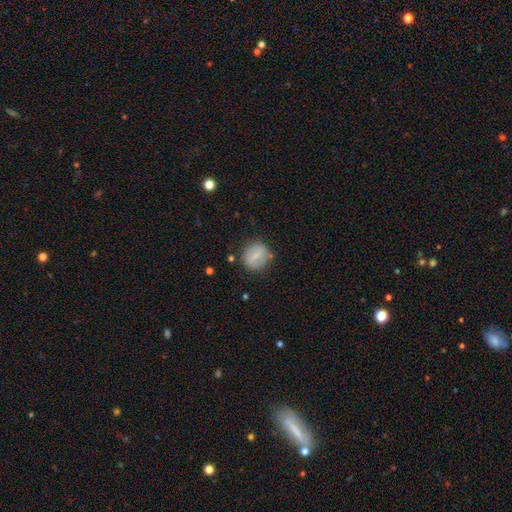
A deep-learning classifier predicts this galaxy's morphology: This is likely a smooth galaxy (71%). How rounded: clearly round (80%). Merging: likely none (79%).